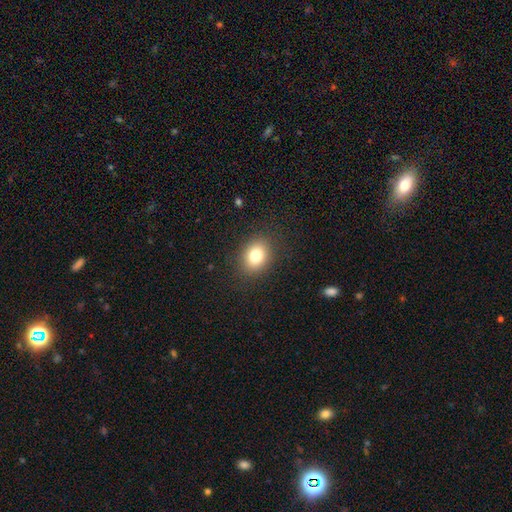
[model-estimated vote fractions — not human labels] Q: Smooth or featured?
A: smooth (80%); runner-up: star or artifact (11%)
Q: How rounded?
A: in between (58%); runner-up: round (41%)
Q: Merging?
A: none (88%); runner-up: minor disturbance (8%)